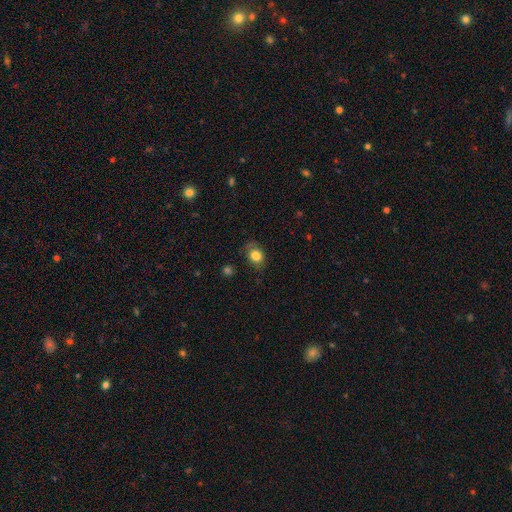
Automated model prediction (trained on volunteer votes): Smooth or featured?
  - smooth: 80% *
  - featured or disk: 10%
  - star or artifact: 10%
How rounded?
  - in between: 50% *
  - round: 49%
  - cigar-shaped: 1%
Merging?
  - none: 70% *
  - minor disturbance: 21%
  - major disturbance: 7%
  - merger: 2%